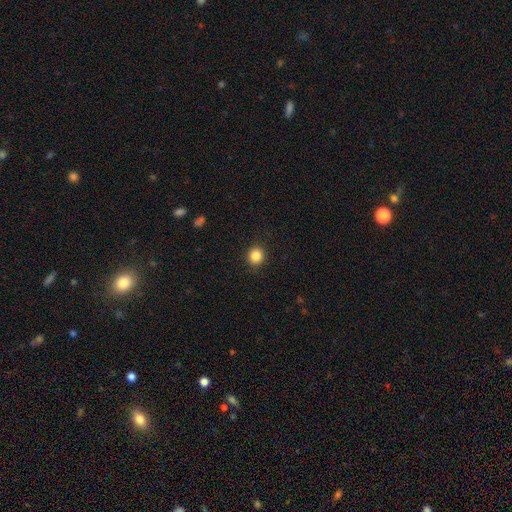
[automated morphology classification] Overall: smooth (86%). How rounded: round (87%). Merging: none (91%).